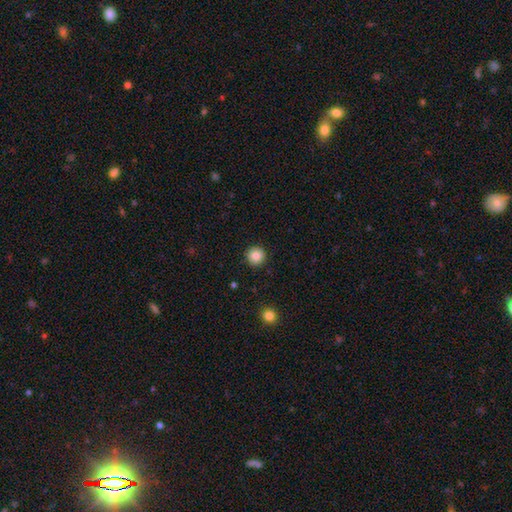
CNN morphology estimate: A smooth galaxy with no disk features (84%) that is round (95%). Merging: none (92%).